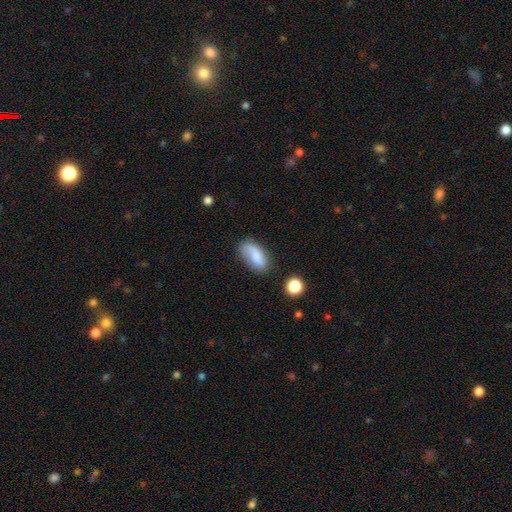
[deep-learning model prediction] A smooth galaxy with no disk features (74%) that is in between round and cigar-shaped (89%). Merging: none (61%).